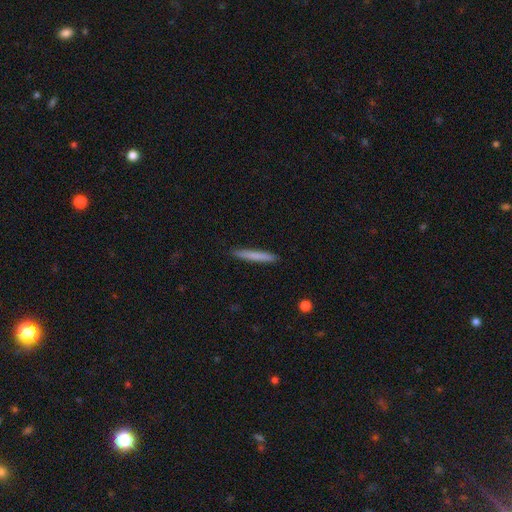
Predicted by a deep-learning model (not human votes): Smooth or featured?
  - smooth: 76% *
  - featured or disk: 18%
  - star or artifact: 6%
How rounded?
  - cigar-shaped: 96% *
  - in between: 3%
  - round: 1%
Merging?
  - none: 91% *
  - minor disturbance: 7%
  - major disturbance: 1%
  - merger: 1%